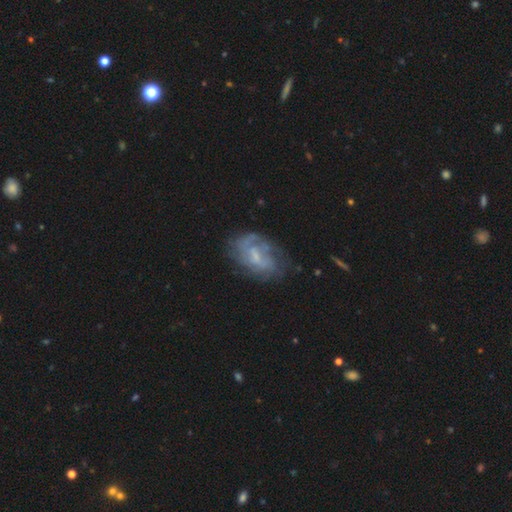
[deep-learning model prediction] smooth-or-featured: featured or disk: 66% | smooth: 26% | star or artifact: 9%
  disk-edge-on: no: 96% | yes: 4%
    bar: weak: 47% | no: 43% | strong: 10%
    has-spiral-arms: yes: 70% | no: 30%
    bulge-size: small: 45% | moderate: 27% | none: 24% | large: 3% | dominant: 1%
  merging: none: 56% | minor disturbance: 25% | major disturbance: 16% | merger: 3%